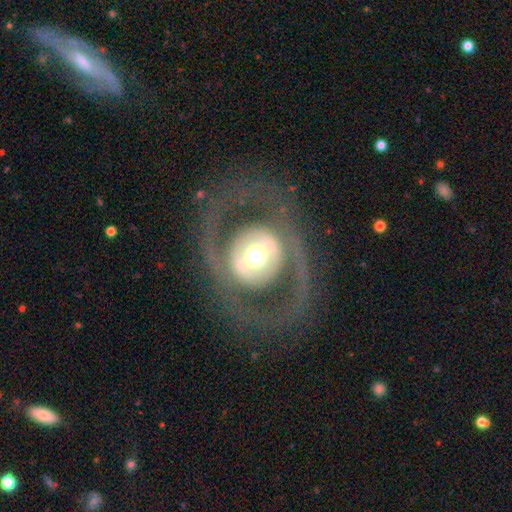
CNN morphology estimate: This is likely a featured or disk galaxy (73%). It is clearly not viewed edge-on (94%). Bar: possibly no (59%). Spiral arm pattern: possibly no (59%). Central bulge: possibly moderate (60%). Merging: likely none (75%).